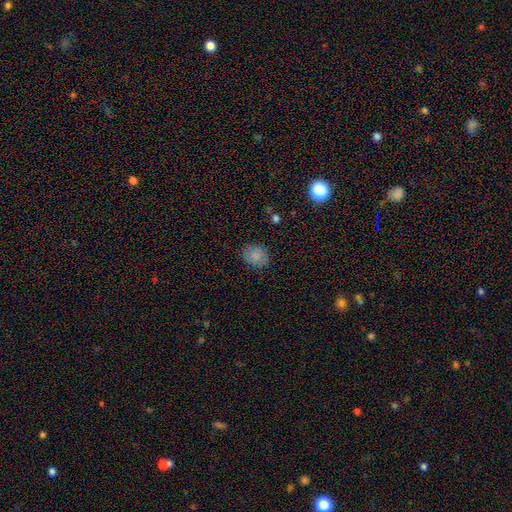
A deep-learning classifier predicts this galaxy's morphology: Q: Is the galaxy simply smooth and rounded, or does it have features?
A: smooth — 83%.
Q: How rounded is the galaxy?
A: in between — 50%.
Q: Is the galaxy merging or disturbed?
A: none — 83%.